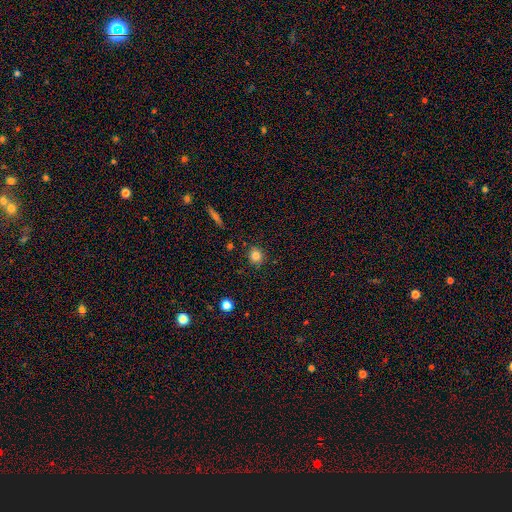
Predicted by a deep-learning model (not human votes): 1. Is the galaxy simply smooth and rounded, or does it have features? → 82% smooth, 11% star or artifact, 6% featured or disk.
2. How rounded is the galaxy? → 83% round, 16% in between, 1% cigar-shaped.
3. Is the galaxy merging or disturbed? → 85% none, 10% minor disturbance, 2% major disturbance, 2% merger.